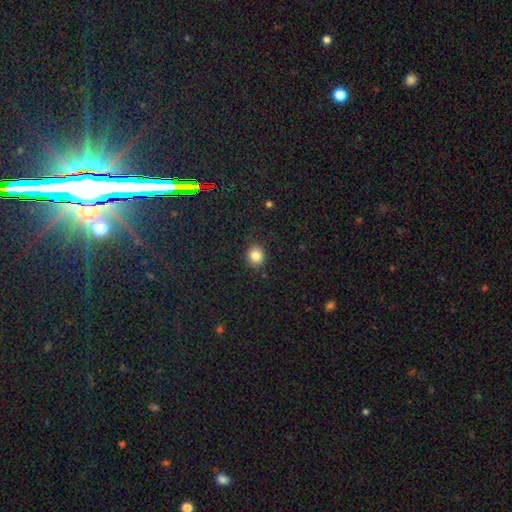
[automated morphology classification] smooth-or-featured: smooth: 84% | star or artifact: 11% | featured or disk: 5%
  how-rounded: round: 78% | in between: 21% | cigar-shaped: 1%
  merging: none: 87% | minor disturbance: 9% | major disturbance: 3% | merger: 1%